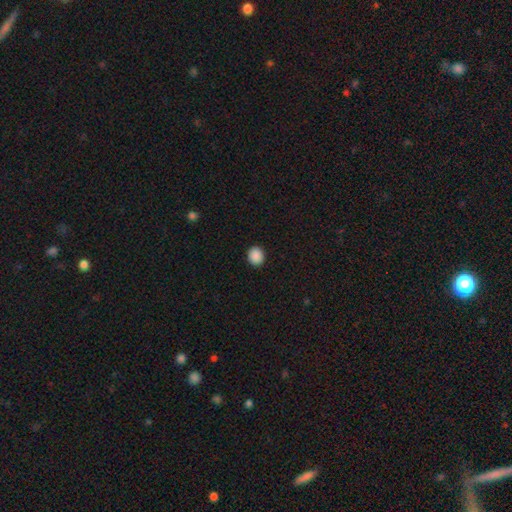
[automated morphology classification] Smooth or featured? smooth (89%)
How rounded? round (74%)
Merging? none (92%)